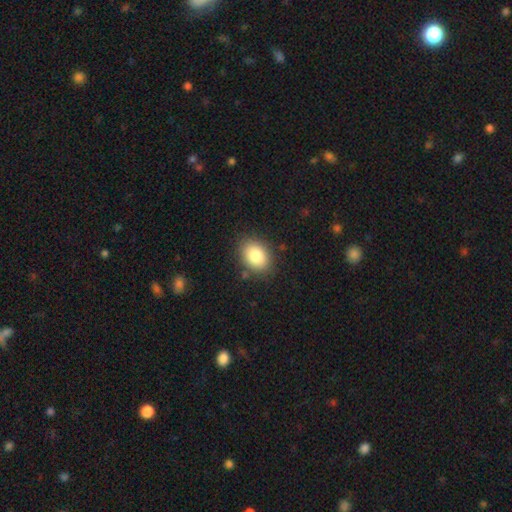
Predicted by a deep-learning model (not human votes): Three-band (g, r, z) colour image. It shows a smooth galaxy with no disk features (85%) that is in between round and cigar-shaped (70%). Merging: none (84%).